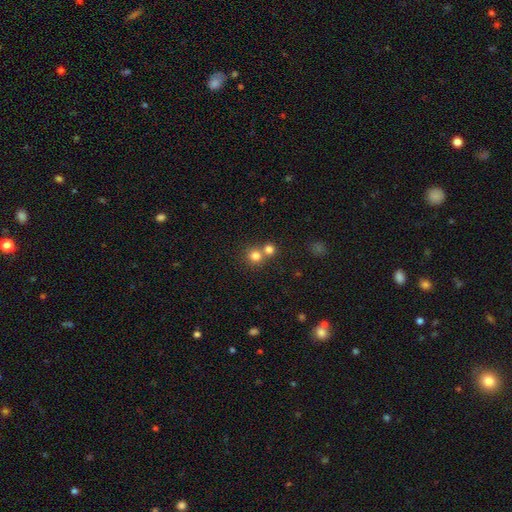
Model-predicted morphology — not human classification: Smooth or featured: smooth — 79% (star or artifact — 13%)
How rounded: round — 90% (in between — 9%)
Merging: none — 51% (merger — 41%)